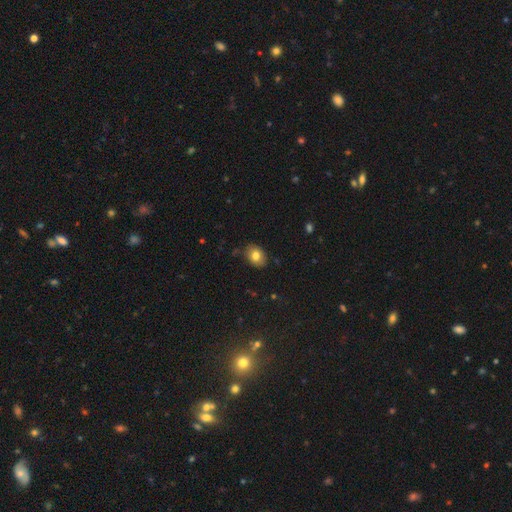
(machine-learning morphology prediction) smooth_or_featured: smooth (p=0.79) [alt: featured or disk p=0.11]
how_rounded: in between (p=0.69) [alt: round p=0.30]
merging: none (p=0.81) [alt: minor disturbance p=0.15]